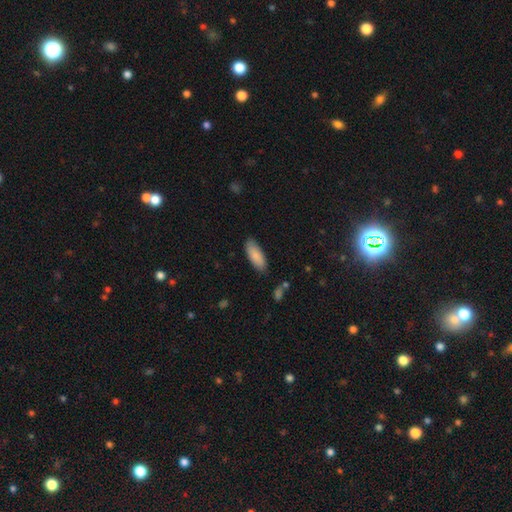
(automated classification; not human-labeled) Smooth or featured?
  - smooth: 87% *
  - featured or disk: 7%
  - star or artifact: 6%
How rounded?
  - in between: 76% *
  - cigar-shaped: 22%
  - round: 1%
Merging?
  - none: 84% *
  - minor disturbance: 12%
  - major disturbance: 2%
  - merger: 1%